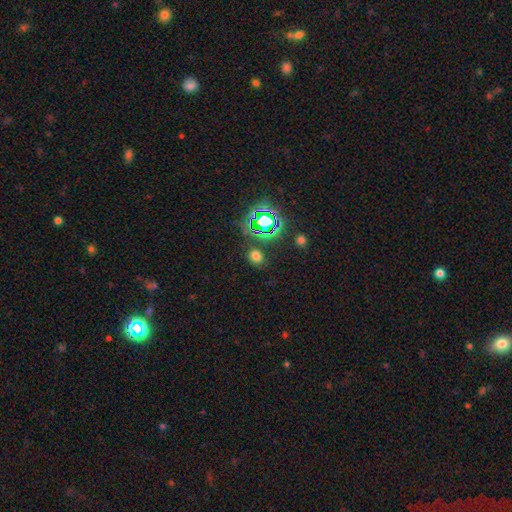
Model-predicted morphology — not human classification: smooth-or-featured: smooth: 62% | star or artifact: 33% | featured or disk: 6%
  how-rounded: in between: 53% | round: 46% | cigar-shaped: 1%
  merging: none: 82% | minor disturbance: 10% | major disturbance: 4% | merger: 3%